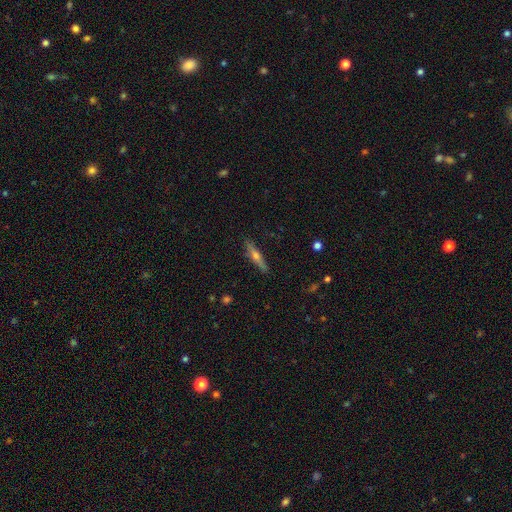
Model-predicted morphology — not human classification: The model was most divided on "smooth or featured": featured or disk: 61%, smooth: 32%, star or artifact: 7%. More confident: edge-on disk — yes (96%); merging — none (89%); edge-on bulge — rounded (89%).